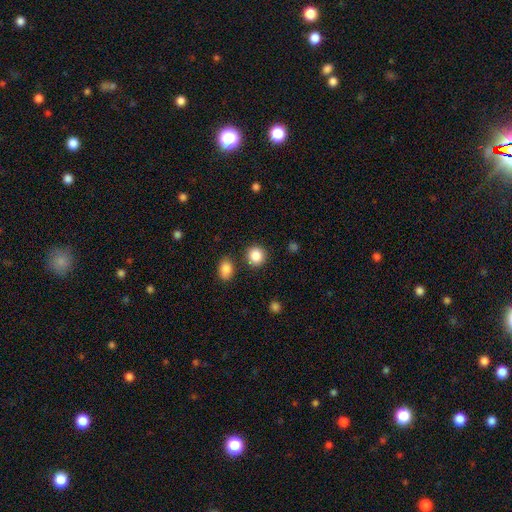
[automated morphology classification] This appears to be a smooth galaxy with no disk features (87%) that is round (88%). Merging: none (85%).